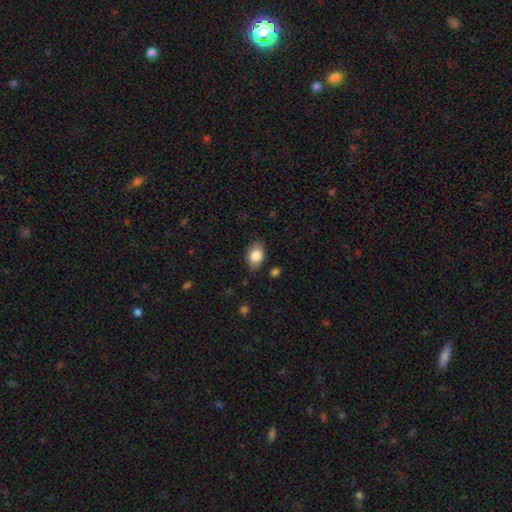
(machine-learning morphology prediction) type=smooth (83%); roundness=in between (84%); merging=none (80%).